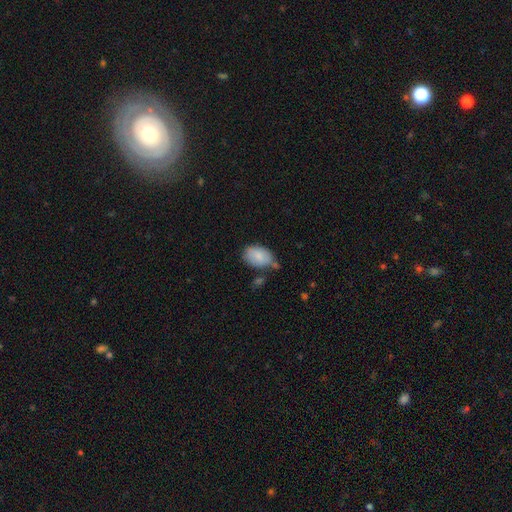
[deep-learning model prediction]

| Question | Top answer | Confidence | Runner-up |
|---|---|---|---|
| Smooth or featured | smooth | 85% | featured or disk (9%) |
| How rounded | in between | 90% | round (9%) |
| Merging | none | 58% | minor disturbance (25%) |